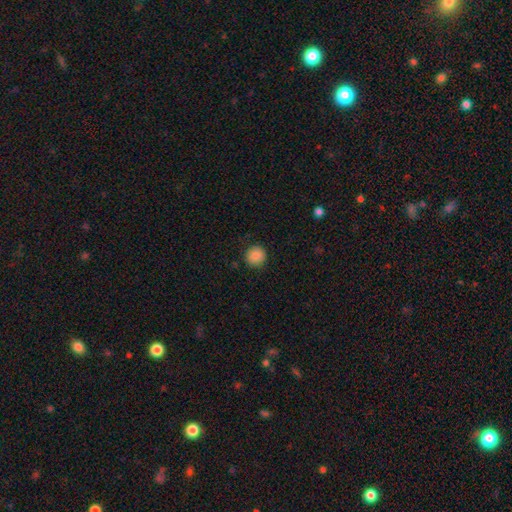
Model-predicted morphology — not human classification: Smooth or featured?
  - smooth: 87% *
  - star or artifact: 9%
  - featured or disk: 4%
How rounded?
  - round: 93% *
  - in between: 6%
  - cigar-shaped: 1%
Merging?
  - none: 90% *
  - minor disturbance: 7%
  - major disturbance: 2%
  - merger: 1%